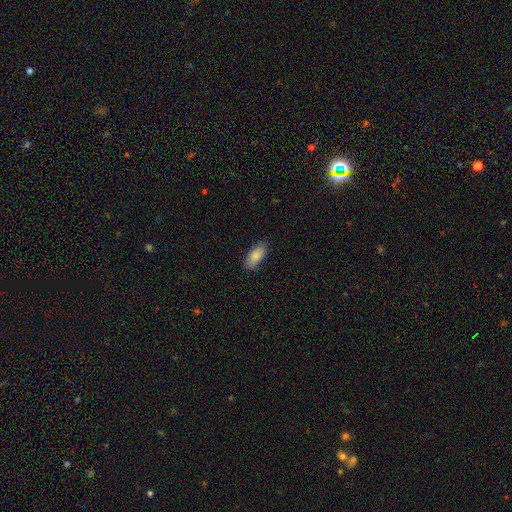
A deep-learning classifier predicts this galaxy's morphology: Smooth or featured? smooth (87%)
How rounded? in between (86%)
Merging? none (86%)